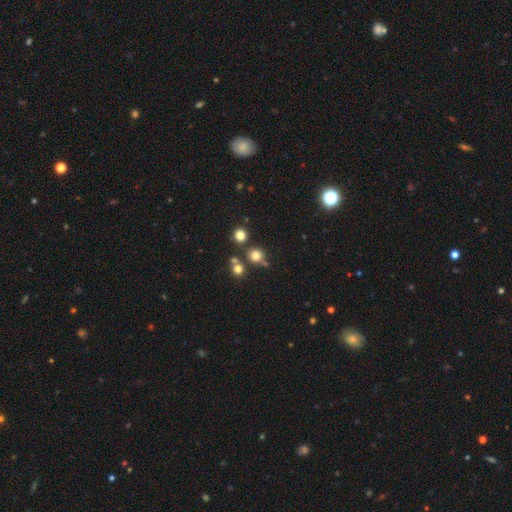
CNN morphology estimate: smooth-or-featured: smooth: 75% | star or artifact: 17% | featured or disk: 8%
  how-rounded: round: 86% | in between: 13% | cigar-shaped: 1%
  merging: none: 69% | merger: 18% | minor disturbance: 9% | major disturbance: 4%